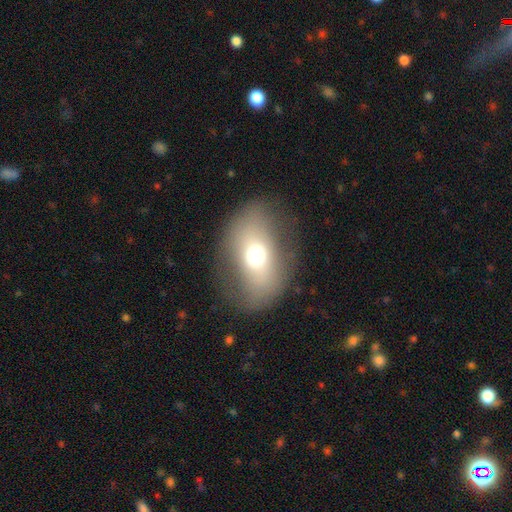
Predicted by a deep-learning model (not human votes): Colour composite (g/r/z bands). It shows a smooth galaxy with no disk features (55%) that is in between round and cigar-shaped (78%). Merging: none (71%).